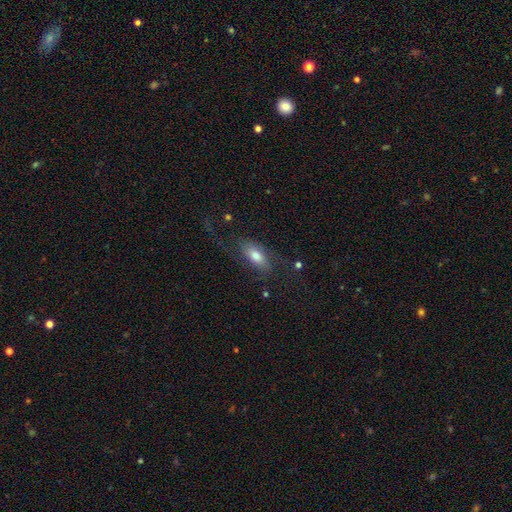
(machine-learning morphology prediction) The model was most divided on "smooth or featured": smooth: 55%, featured or disk: 36%, star or artifact: 8%. More confident: how rounded — in between (83%); merging — none (54%).